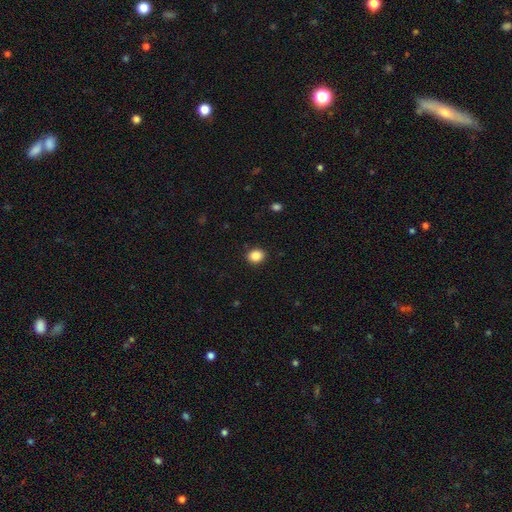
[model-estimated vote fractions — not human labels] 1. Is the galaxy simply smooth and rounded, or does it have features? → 87% smooth, 10% star or artifact, 3% featured or disk.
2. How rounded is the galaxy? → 66% round, 33% in between, 1% cigar-shaped.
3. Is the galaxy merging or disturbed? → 90% none, 7% minor disturbance, 2% major disturbance, 1% merger.